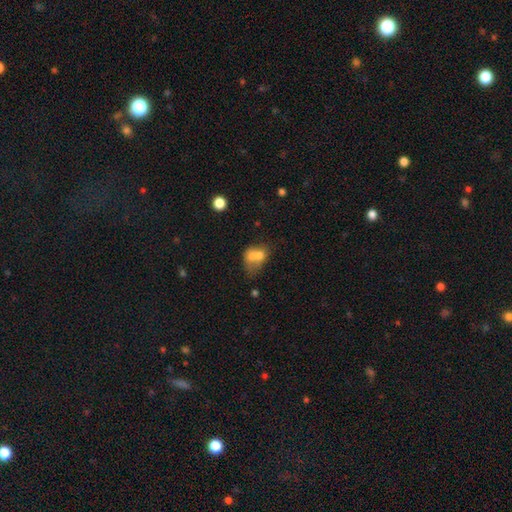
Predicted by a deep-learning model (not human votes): Smooth or featured?
  - smooth: 65% *
  - featured or disk: 24%
  - star or artifact: 11%
How rounded?
  - in between: 54% *
  - round: 45%
  - cigar-shaped: 1%
Merging?
  - merger: 67% *
  - none: 17%
  - minor disturbance: 9%
  - major disturbance: 8%